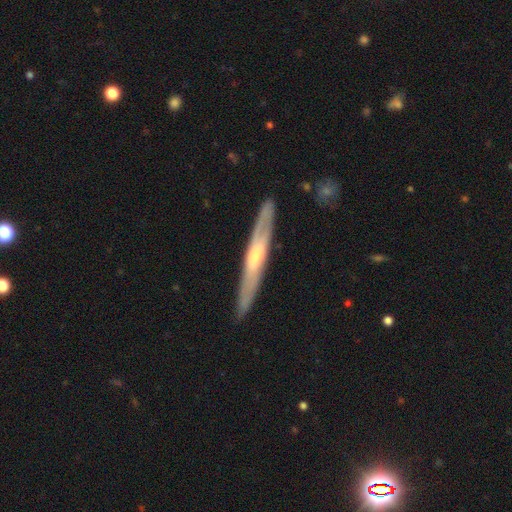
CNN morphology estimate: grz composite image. It shows a featured or disk galaxy (63%) viewed edge-on (81%) with a rounded central bulge (54%). Merging: none (86%).